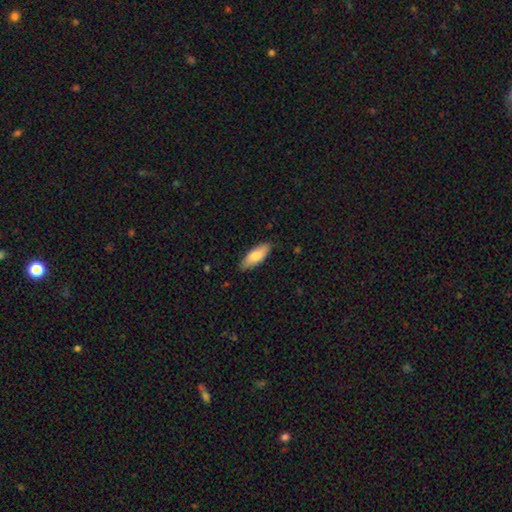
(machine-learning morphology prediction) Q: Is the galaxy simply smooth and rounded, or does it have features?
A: smooth — 81%.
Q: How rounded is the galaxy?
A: in between — 74%.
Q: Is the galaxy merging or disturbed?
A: none — 84%.